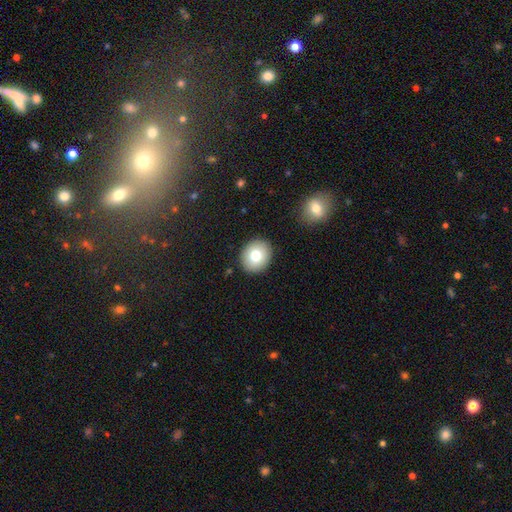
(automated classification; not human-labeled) smooth_or_featured: smooth (p=0.77) [alt: featured or disk p=0.14]
how_rounded: round (p=0.67) [alt: in between p=0.32]
merging: none (p=0.90) [alt: minor disturbance p=0.07]